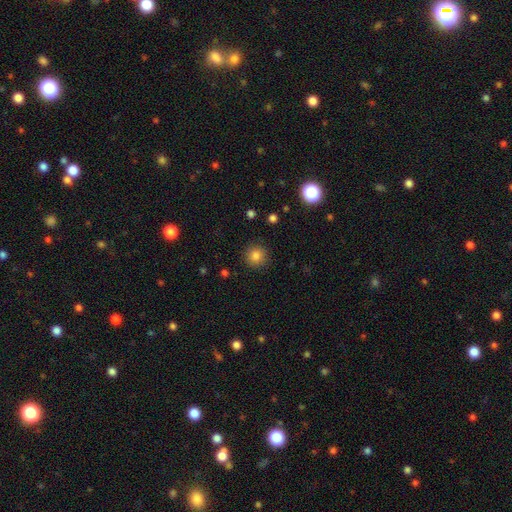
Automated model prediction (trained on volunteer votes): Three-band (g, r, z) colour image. It shows a smooth galaxy with no disk features (83%) that is round (93%). Merging: none (90%).